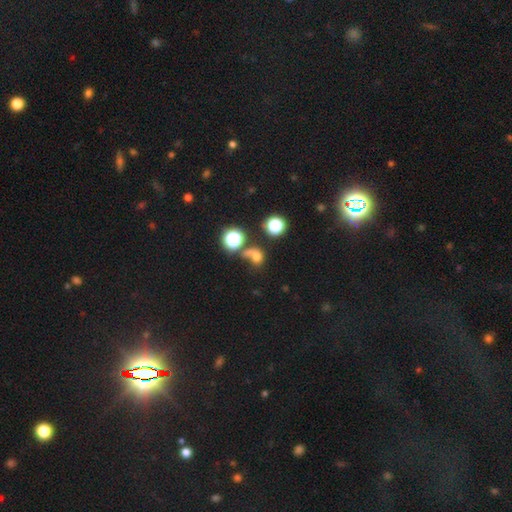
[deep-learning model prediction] Smooth or featured?
  - smooth: 63% *
  - star or artifact: 24%
  - featured or disk: 13%
How rounded?
  - round: 69% *
  - in between: 29%
  - cigar-shaped: 2%
Merging?
  - none: 41% *
  - merger: 28%
  - major disturbance: 17%
  - minor disturbance: 15%